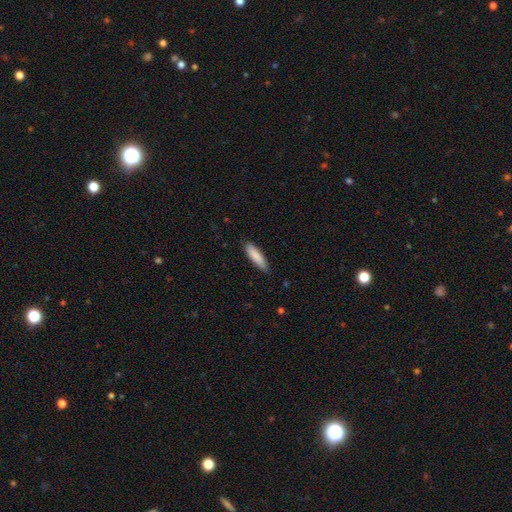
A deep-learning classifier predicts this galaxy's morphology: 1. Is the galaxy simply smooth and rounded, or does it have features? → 87% smooth, 8% featured or disk, 5% star or artifact.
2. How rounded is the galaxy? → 71% cigar-shaped, 28% in between, 1% round.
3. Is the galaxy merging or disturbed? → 83% none, 14% minor disturbance, 2% major disturbance, 1% merger.